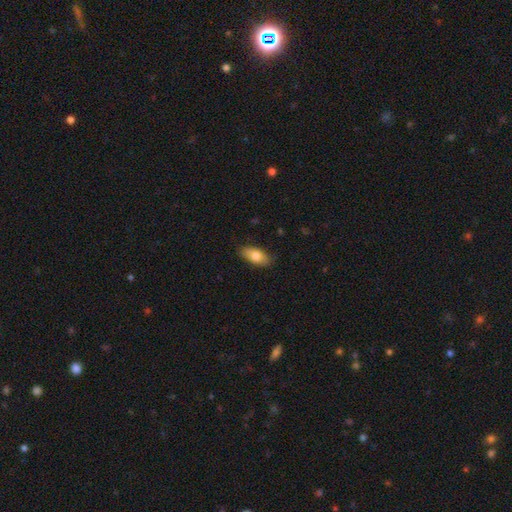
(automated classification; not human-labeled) Morphology: type=smooth (79%); roundness=in between (87%); merging=none (83%).